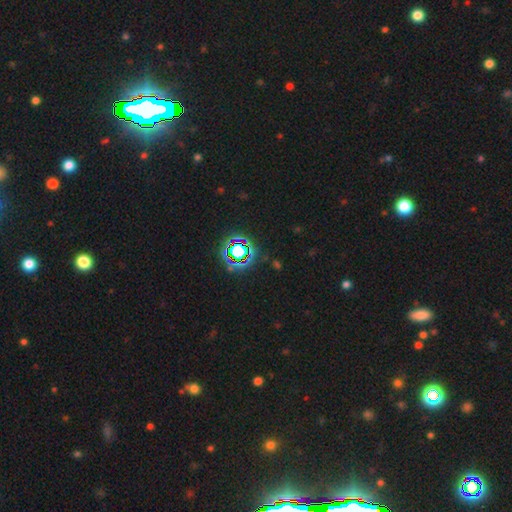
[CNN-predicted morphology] Overall: star or artifact (79%).